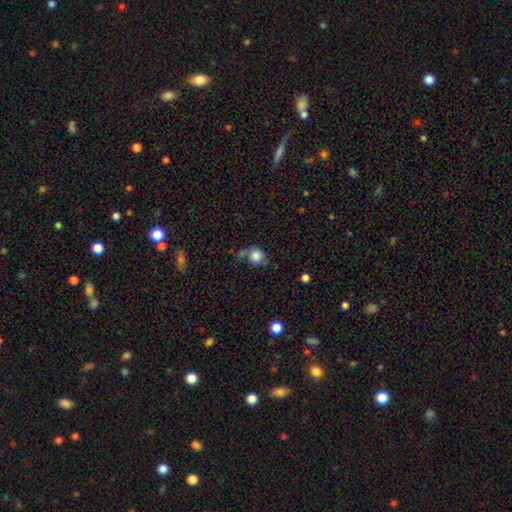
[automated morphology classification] Smooth or featured? smooth (82%)
How rounded? round (85%)
Merging? none (52%)